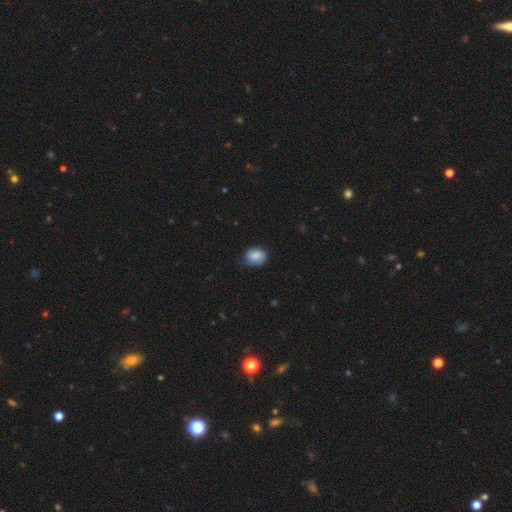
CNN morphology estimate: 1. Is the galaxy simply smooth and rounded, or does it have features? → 77% smooth, 16% featured or disk, 7% star or artifact.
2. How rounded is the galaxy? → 58% in between, 41% round, 1% cigar-shaped.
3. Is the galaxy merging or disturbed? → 54% none, 33% minor disturbance, 11% major disturbance, 1% merger.